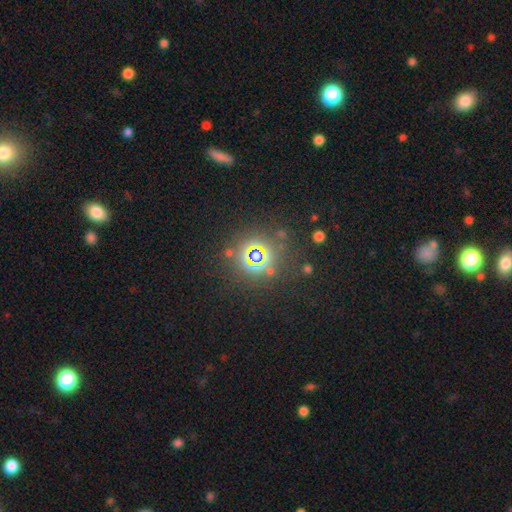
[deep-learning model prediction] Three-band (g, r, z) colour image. It shows a star or artifact, not a galaxy (69%).